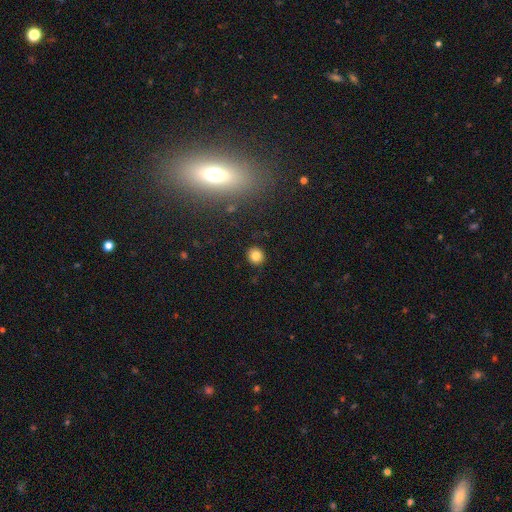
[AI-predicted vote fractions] A smooth galaxy with no disk features (82%) that is round (92%). Merging: none (91%).